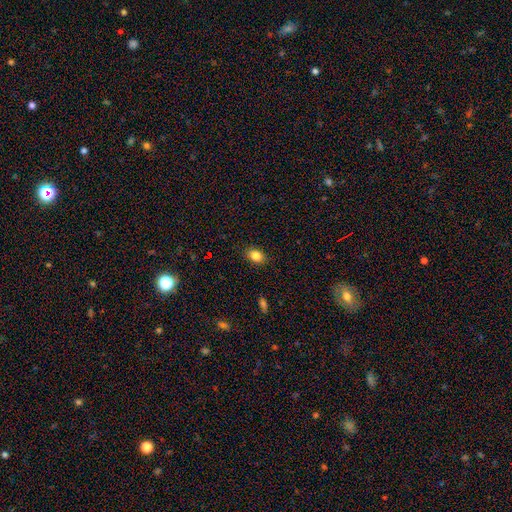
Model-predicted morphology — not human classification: Smooth or featured? Predicted: smooth (p=0.85). How rounded? Predicted: in between (p=0.76). Merging? Predicted: none (p=0.88).